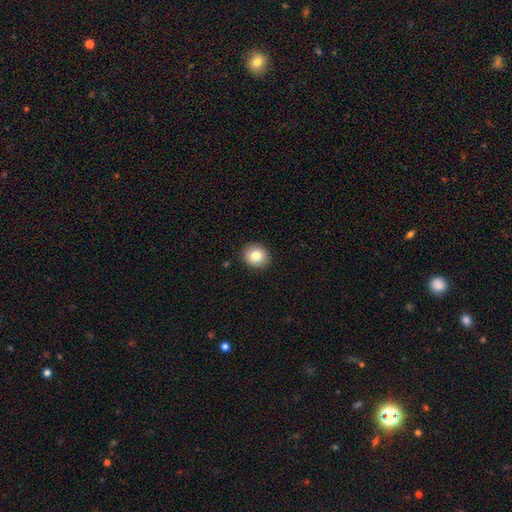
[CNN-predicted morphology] smooth-or-featured: smooth: 82% | featured or disk: 9% | star or artifact: 9%
  how-rounded: round: 79% | in between: 20% | cigar-shaped: 1%
  merging: none: 91% | minor disturbance: 6% | major disturbance: 2% | merger: 1%